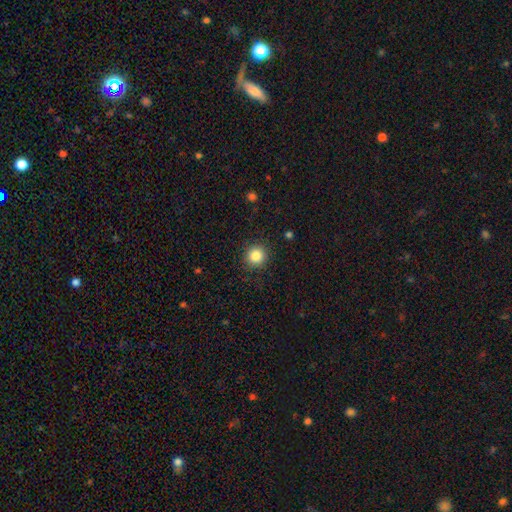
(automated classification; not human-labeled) Overall: smooth (85%). How rounded: round (93%). Merging: none (90%).